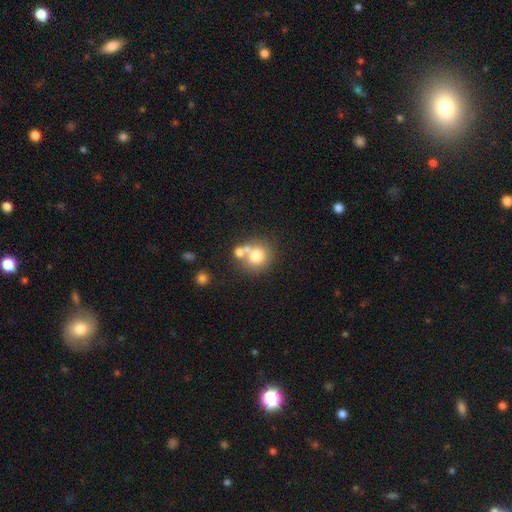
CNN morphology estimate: A smooth galaxy with no disk features (72%) that is round (86%). Merging: none (56%).